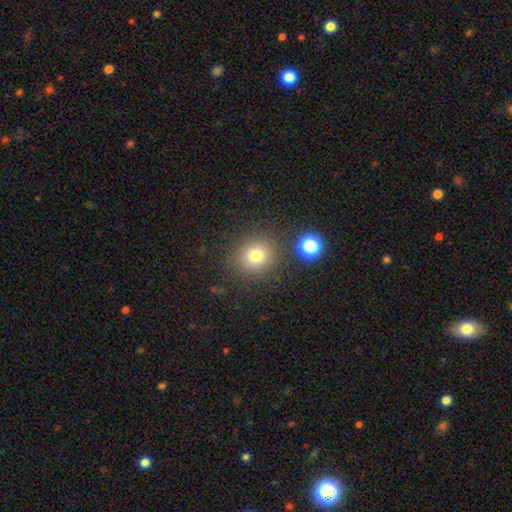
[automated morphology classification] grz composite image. It shows a smooth galaxy with no disk features (75%) that is round (84%). Merging: none (82%).